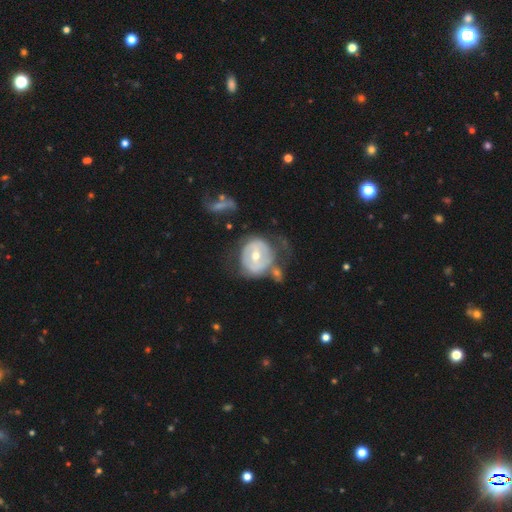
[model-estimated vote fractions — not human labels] A featured or disk galaxy (63%) with a weak bar (38%), no spiral arms (61%) and a moderate central bulge (64%). Merging: none (45%).